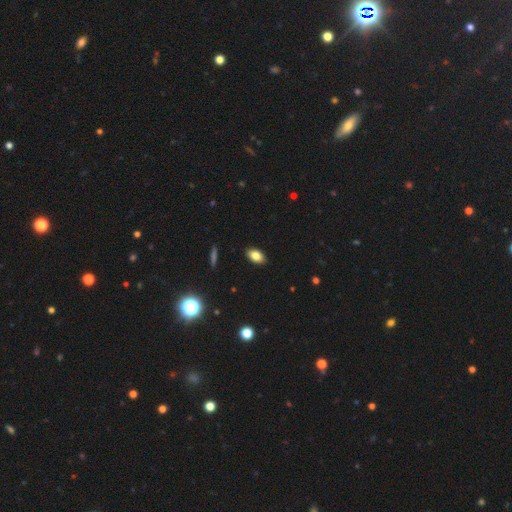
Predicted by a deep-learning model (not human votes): Morphology: type=smooth (82%); roundness=in between (90%); merging=none (90%).